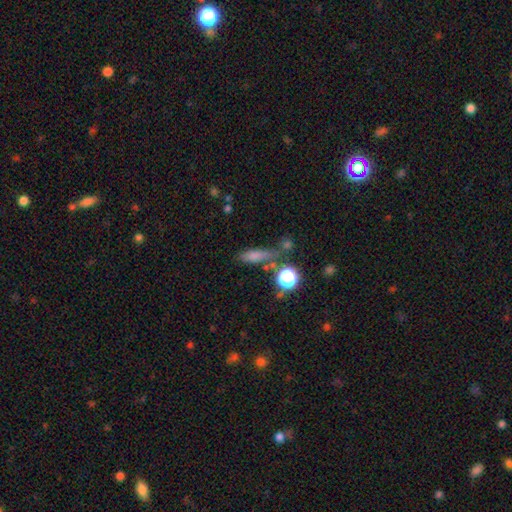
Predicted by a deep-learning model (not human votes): Smooth or featured: smooth — 69% (star or artifact — 17%)
How rounded: cigar-shaped — 54% (in between — 34%)
Merging: none — 63% (minor disturbance — 18%)